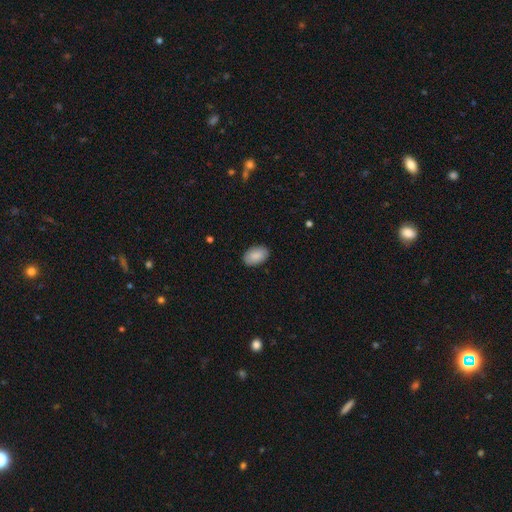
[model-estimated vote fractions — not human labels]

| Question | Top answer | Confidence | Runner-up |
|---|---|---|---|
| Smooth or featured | smooth | 89% | star or artifact (6%) |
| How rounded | in between | 93% | round (6%) |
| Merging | none | 89% | minor disturbance (8%) |